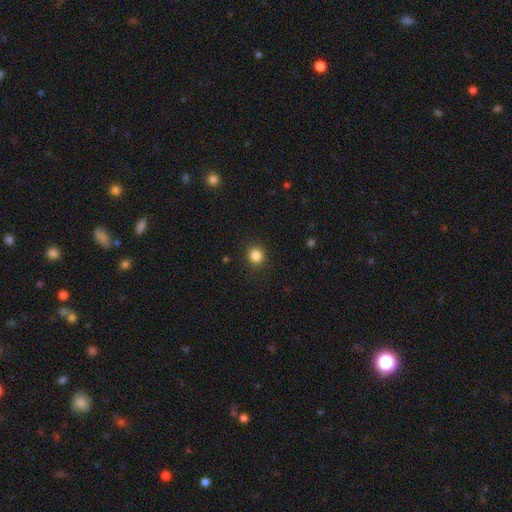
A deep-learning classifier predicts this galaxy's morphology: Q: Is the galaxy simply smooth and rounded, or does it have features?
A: smooth — 85%.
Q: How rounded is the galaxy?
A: round — 88%.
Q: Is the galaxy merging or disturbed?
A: none — 90%.